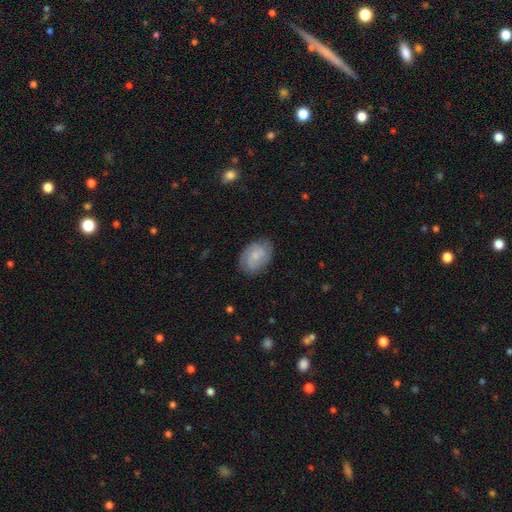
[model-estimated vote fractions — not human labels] Smooth or featured? smooth (48%)
Merging? none (78%)